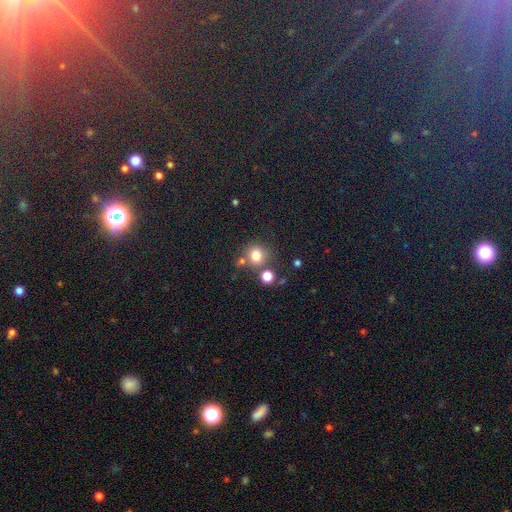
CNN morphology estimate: A smooth galaxy with no disk features (78%) that is round (86%). Merging: none (68%).